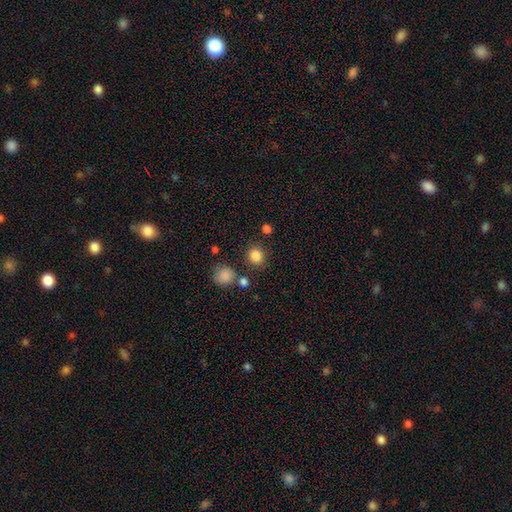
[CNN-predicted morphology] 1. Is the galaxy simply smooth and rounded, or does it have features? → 84% smooth, 12% star or artifact, 4% featured or disk.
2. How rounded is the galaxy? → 83% round, 16% in between, 1% cigar-shaped.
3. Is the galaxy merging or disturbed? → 82% none, 9% minor disturbance, 6% merger, 4% major disturbance.